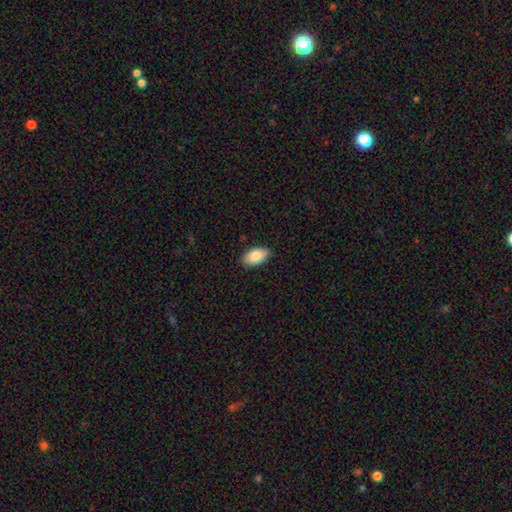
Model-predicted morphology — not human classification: Q: Smooth or featured?
A: smooth (86%); runner-up: featured or disk (7%)
Q: How rounded?
A: in between (95%); runner-up: round (3%)
Q: Merging?
A: none (87%); runner-up: minor disturbance (10%)